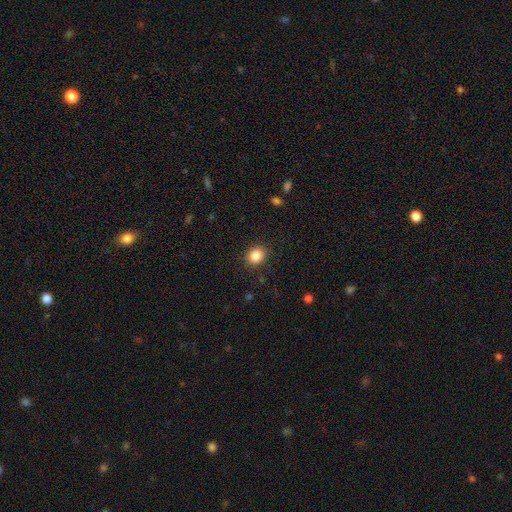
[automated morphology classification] Q: Smooth or featured?
A: smooth (86%); runner-up: star or artifact (10%)
Q: How rounded?
A: round (61%); runner-up: in between (38%)
Q: Merging?
A: none (89%); runner-up: minor disturbance (8%)